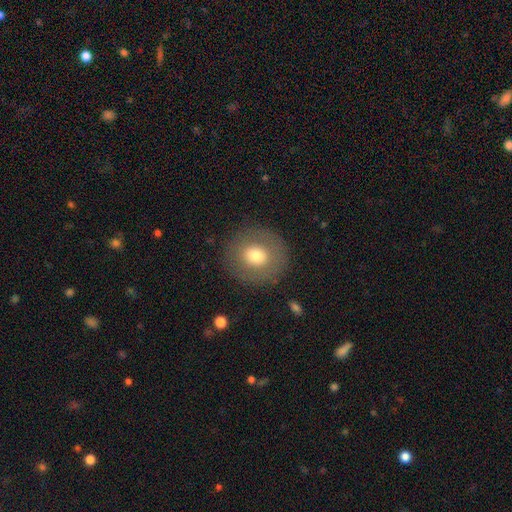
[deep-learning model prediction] Smooth or featured? smooth (67%)
How rounded? round (89%)
Merging? none (87%)